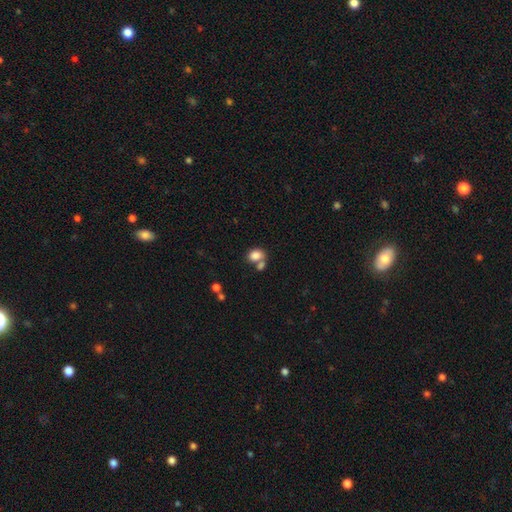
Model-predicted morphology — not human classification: The model was most divided on "merging": none: 42%, merger: 40%, minor disturbance: 12%, major disturbance: 6%. More confident: smooth or featured — smooth (83%); how rounded — in between (67%).